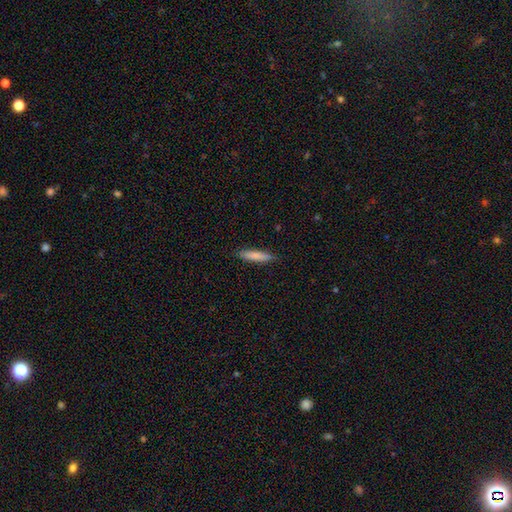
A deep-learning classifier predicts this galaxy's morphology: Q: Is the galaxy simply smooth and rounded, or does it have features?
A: smooth — 82%.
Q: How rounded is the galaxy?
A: cigar-shaped — 85%.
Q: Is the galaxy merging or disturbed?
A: none — 88%.